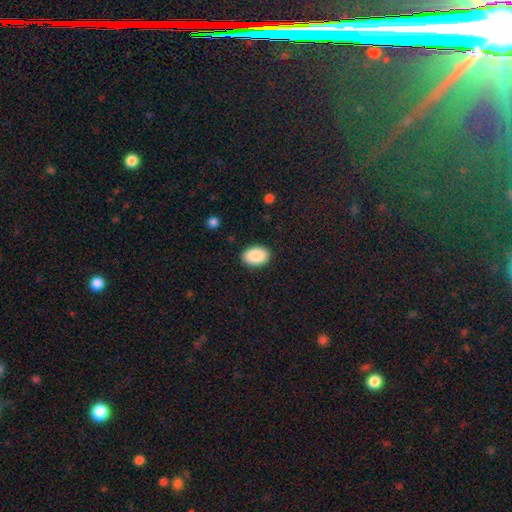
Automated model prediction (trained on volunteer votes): A smooth galaxy with no disk features (90%) that is in between round and cigar-shaped (87%). Merging: none (89%).